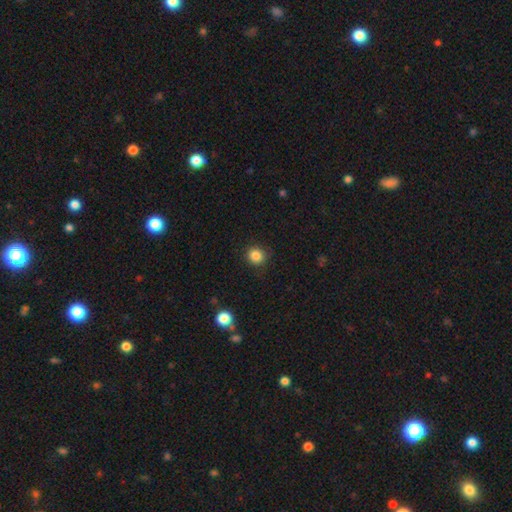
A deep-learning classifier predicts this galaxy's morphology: A smooth galaxy with no disk features (85%) that is round (90%). Merging: none (87%).